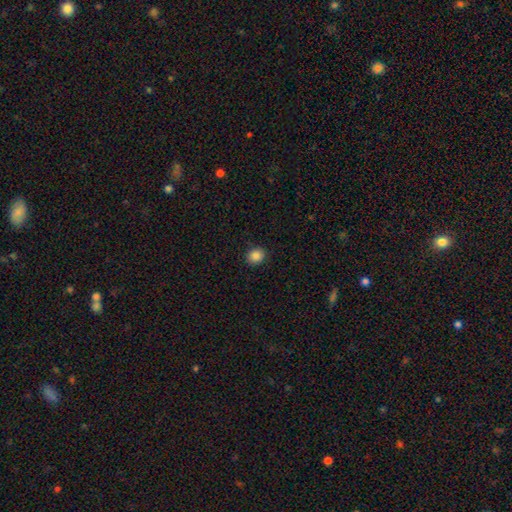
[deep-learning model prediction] This is clearly a smooth galaxy (86%). How rounded: likely round (72%). Merging: clearly none (91%).